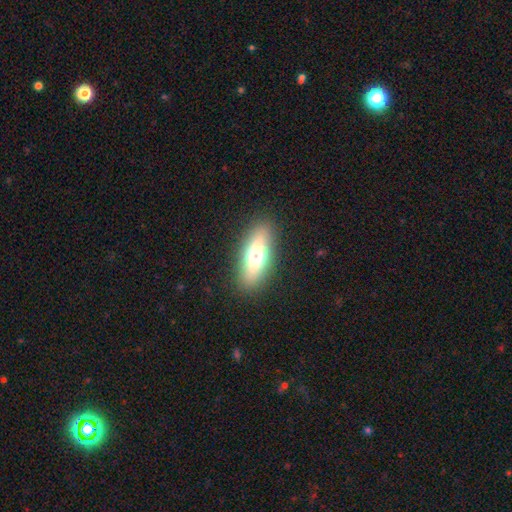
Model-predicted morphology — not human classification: Smooth or featured: smooth — 65% (featured or disk — 27%)
How rounded: in between — 65% (cigar-shaped — 31%)
Merging: none — 88% (minor disturbance — 8%)